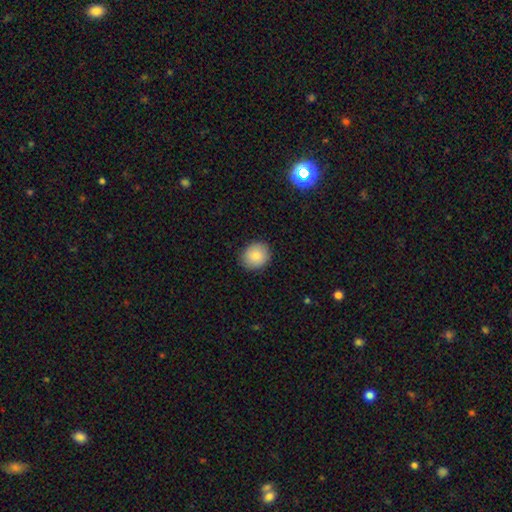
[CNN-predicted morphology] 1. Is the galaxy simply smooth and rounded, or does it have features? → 86% smooth, 8% star or artifact, 7% featured or disk.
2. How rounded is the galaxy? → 77% round, 22% in between, 1% cigar-shaped.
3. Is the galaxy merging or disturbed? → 88% none, 9% minor disturbance, 2% major disturbance, 1% merger.